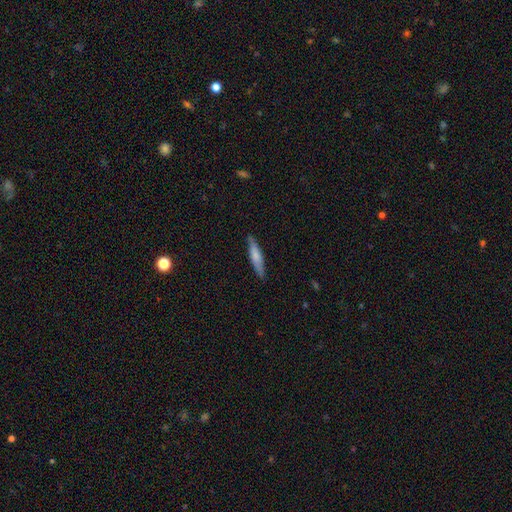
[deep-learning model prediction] A smooth galaxy with no disk features (67%) that is cigar-shaped (85%). Merging: none (85%).